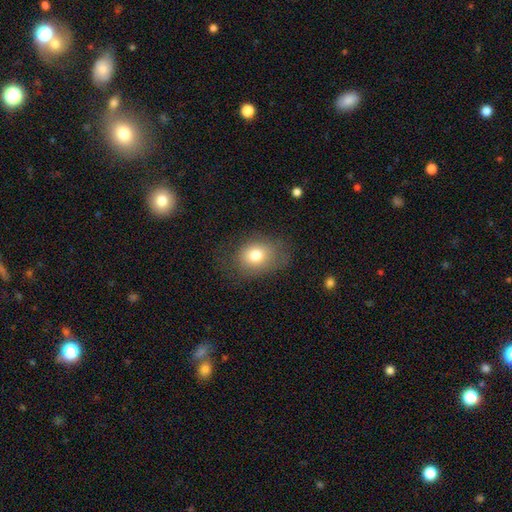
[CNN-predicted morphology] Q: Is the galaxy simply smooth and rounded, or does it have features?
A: smooth — 77%.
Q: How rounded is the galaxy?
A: in between — 53%.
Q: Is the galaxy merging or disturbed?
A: none — 66%.